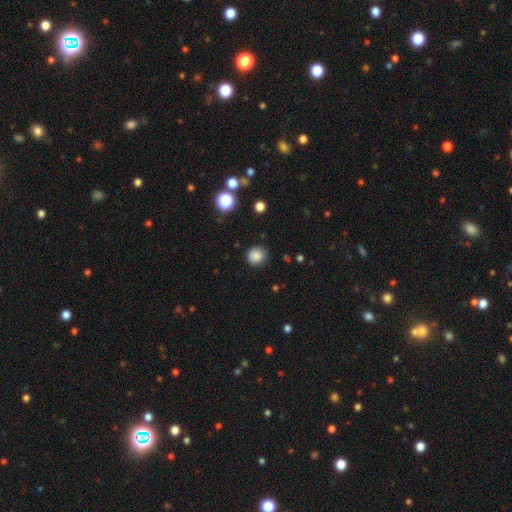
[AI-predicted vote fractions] smooth 85%, star or artifact 12%, featured or disk 4%. Down the decision tree: how rounded — round (88%); merging — none (86%).